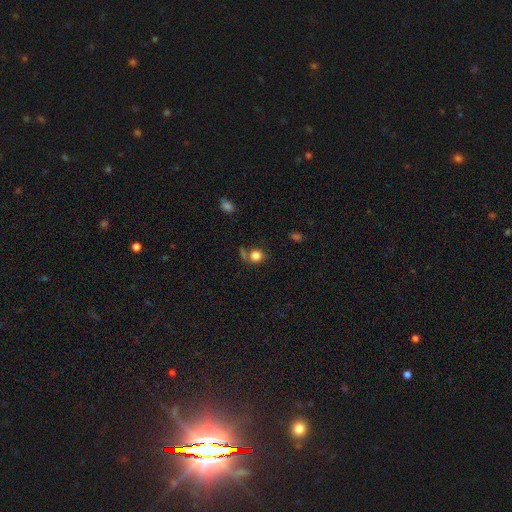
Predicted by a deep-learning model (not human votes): Smooth or featured?
  - smooth: 82% *
  - star or artifact: 11%
  - featured or disk: 7%
How rounded?
  - round: 78% *
  - in between: 21%
  - cigar-shaped: 1%
Merging?
  - none: 63% *
  - merger: 16%
  - minor disturbance: 15%
  - major disturbance: 7%